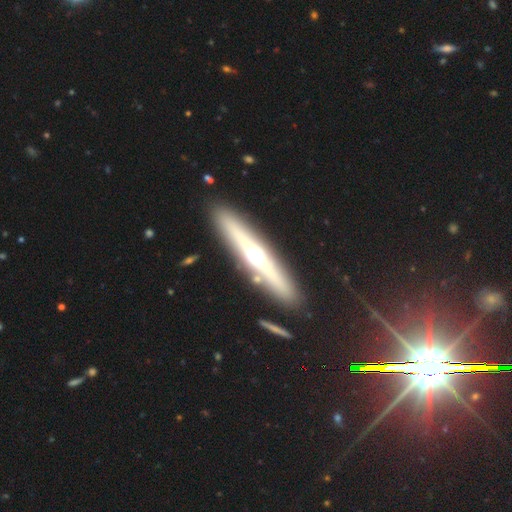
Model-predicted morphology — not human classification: The model was most divided on "smooth or featured": featured or disk: 68%, smooth: 24%, star or artifact: 7%. More confident: edge-on disk — yes (93%); edge-on bulge — rounded (90%); merging — none (87%).